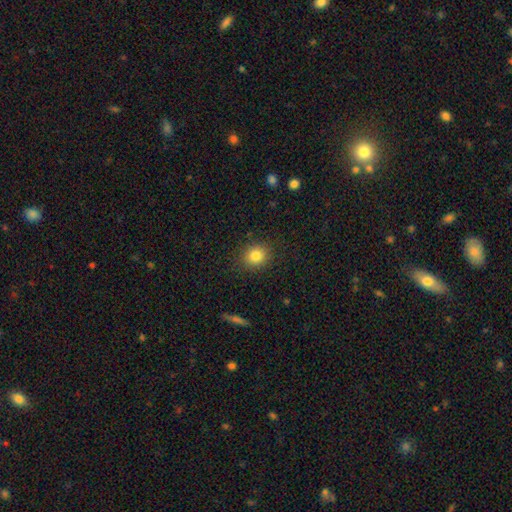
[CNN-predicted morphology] smooth 83%, star or artifact 11%, featured or disk 6%. Down the decision tree: how rounded — round (73%); merging — none (88%).